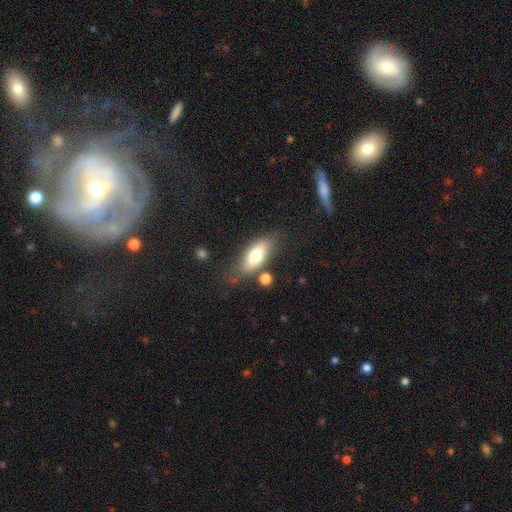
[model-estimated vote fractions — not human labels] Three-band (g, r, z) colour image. It shows a smooth galaxy with no disk features (70%) that is in between round and cigar-shaped (75%). Merging: none (69%).